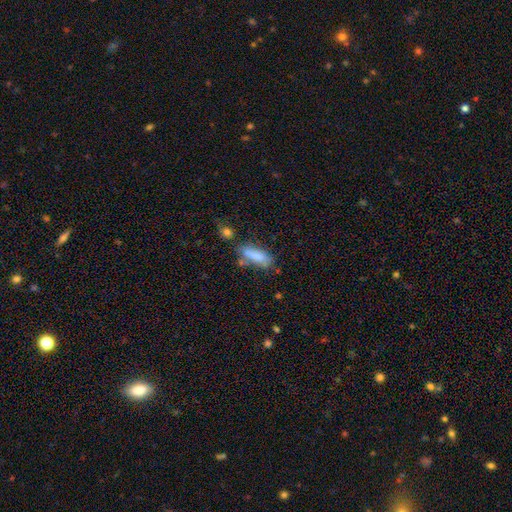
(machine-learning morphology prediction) A smooth galaxy with no disk features (80%) that is in between round and cigar-shaped (58%). Merging: none (56%).